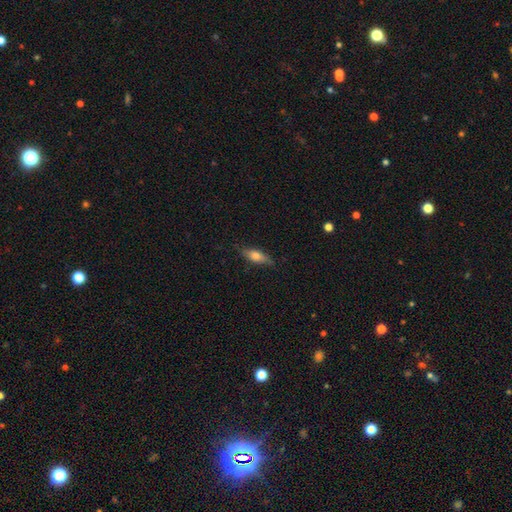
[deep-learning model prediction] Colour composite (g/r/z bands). It shows a smooth galaxy with no disk features (64%) that is in between round and cigar-shaped (57%). Merging: none (78%).